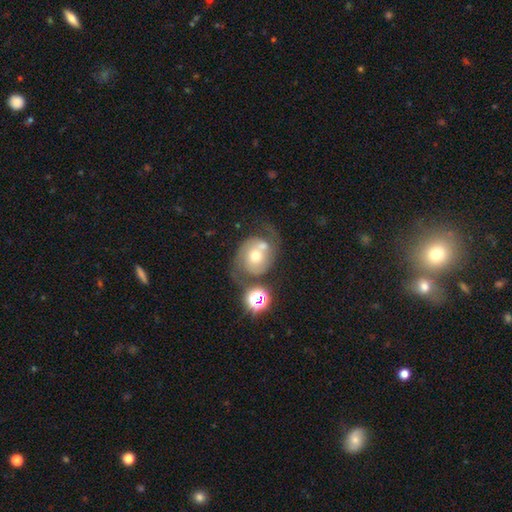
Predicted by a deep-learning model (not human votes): Q: Smooth or featured?
A: featured or disk (71%); runner-up: smooth (19%)
Q: Edge-on disk?
A: no (97%); runner-up: yes (3%)
Q: Bar?
A: no (71%); runner-up: weak (23%)
Q: Spiral arms?
A: yes (88%); runner-up: no (12%)
Q: Spiral winding?
A: medium (49%); runner-up: loose (29%)
Q: Spiral arm count?
A: 2 (83%); runner-up: can't tell (7%)
Q: Bulge size?
A: moderate (65%); runner-up: small (24%)
Q: Merging?
A: none (40%); runner-up: merger (28%)